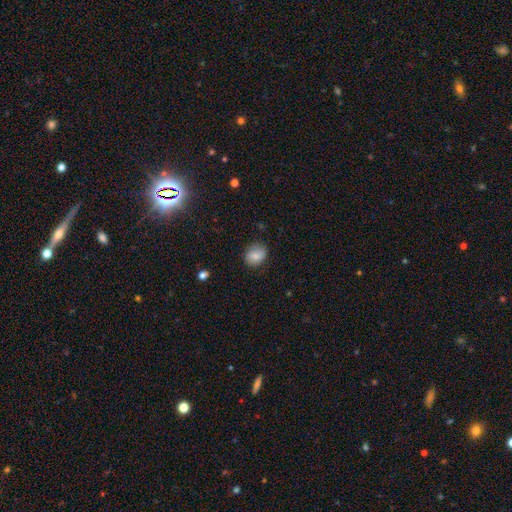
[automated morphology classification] Smooth or featured? Predicted: smooth (p=0.81). How rounded? Predicted: round (p=0.51). Merging? Predicted: none (p=0.79).